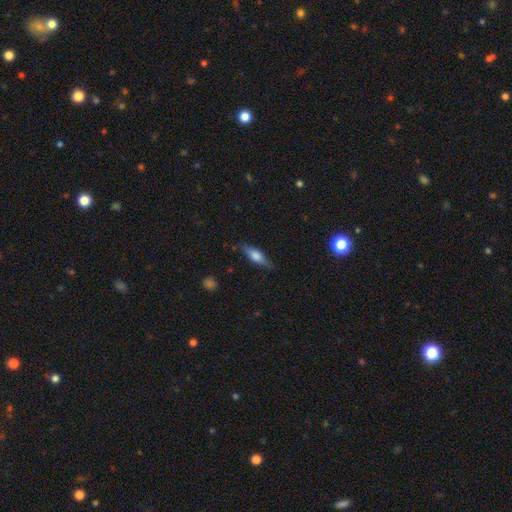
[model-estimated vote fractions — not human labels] Smooth or featured?
  - smooth: 60% *
  - featured or disk: 33%
  - star or artifact: 7%
How rounded?
  - in between: 53% *
  - cigar-shaped: 45%
  - round: 3%
Merging?
  - none: 80% *
  - minor disturbance: 15%
  - major disturbance: 3%
  - merger: 1%